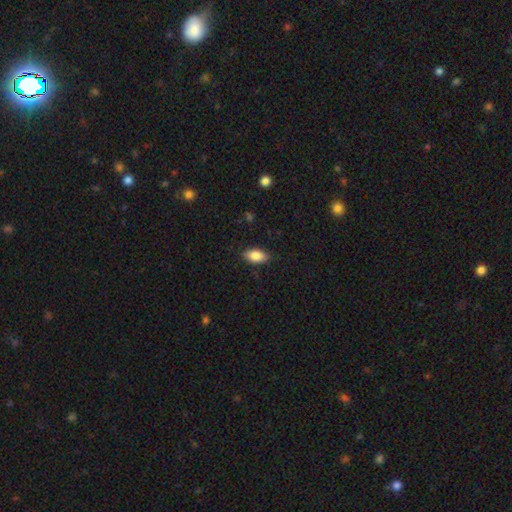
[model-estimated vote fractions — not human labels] smooth_or_featured: smooth (p=0.85) [alt: featured or disk p=0.08]
how_rounded: in between (p=0.91) [alt: cigar-shaped p=0.05]
merging: none (p=0.85) [alt: minor disturbance p=0.11]